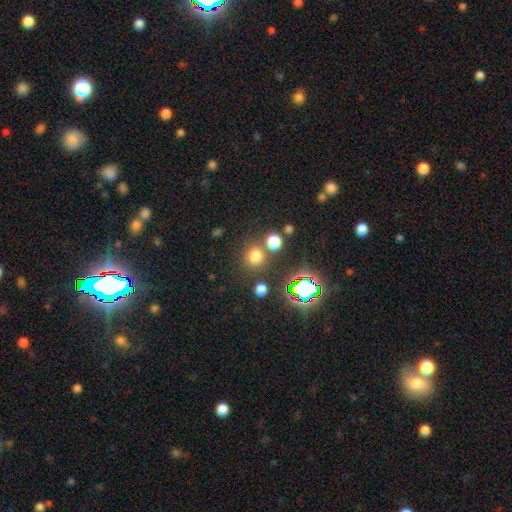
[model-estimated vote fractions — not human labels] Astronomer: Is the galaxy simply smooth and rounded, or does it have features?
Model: smooth — 70%.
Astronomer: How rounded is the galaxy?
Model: round — 86%.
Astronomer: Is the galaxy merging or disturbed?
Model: none — 72%.